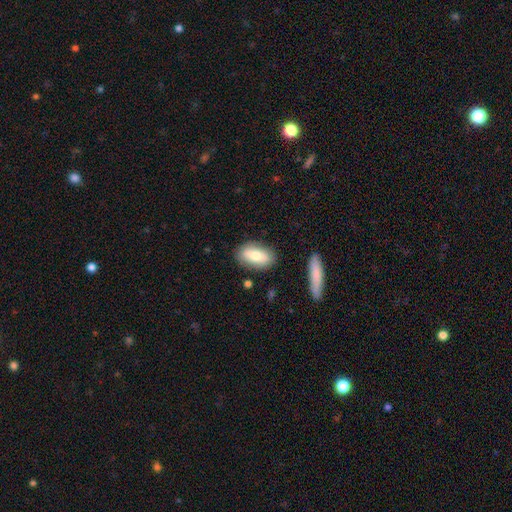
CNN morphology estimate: smooth_or_featured: smooth (p=0.73) [alt: featured or disk p=0.21]
how_rounded: in between (p=0.90) [alt: cigar-shaped p=0.05]
merging: none (p=0.82) [alt: minor disturbance p=0.12]